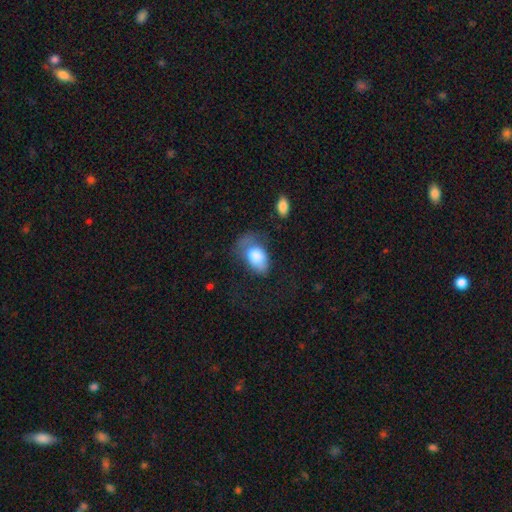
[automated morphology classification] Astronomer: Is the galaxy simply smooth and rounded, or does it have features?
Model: smooth — 75%.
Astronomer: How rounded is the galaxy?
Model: in between — 87%.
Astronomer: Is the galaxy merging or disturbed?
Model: major disturbance — 44% (runner-up: minor disturbance, 30%).